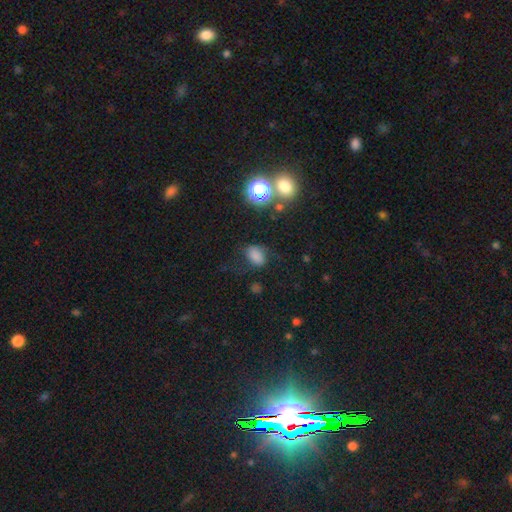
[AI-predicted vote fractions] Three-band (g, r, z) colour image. It shows a smooth galaxy with no disk features (70%) that is in between round and cigar-shaped (73%). Merging: none (59%).